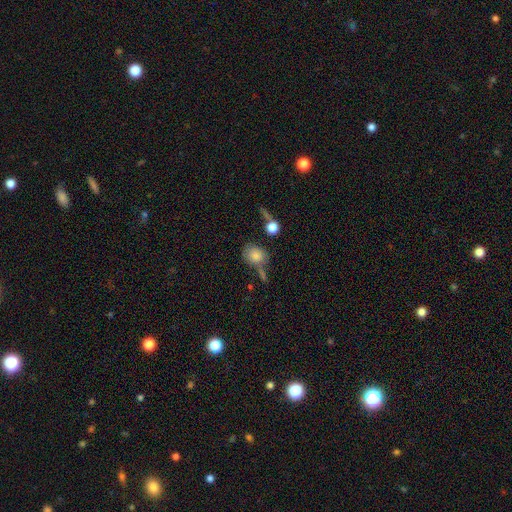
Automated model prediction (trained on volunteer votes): This appears to be a smooth galaxy with no disk features (81%) that is round (57%). Merging: none (56%).